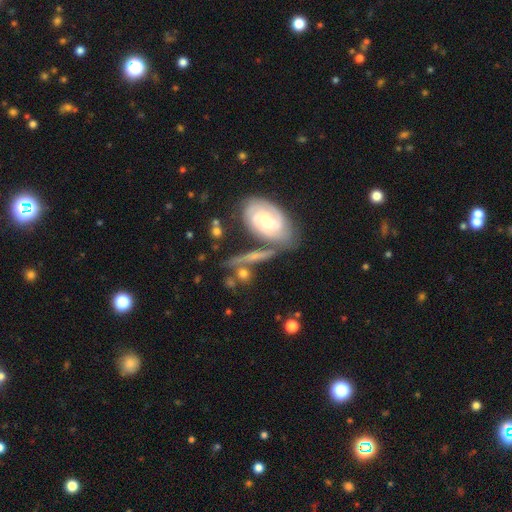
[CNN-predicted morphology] Smooth or featured?
  - featured or disk: 58% *
  - smooth: 34%
  - star or artifact: 8%
Edge-on disk?
  - no: 63% *
  - yes: 37%
Merging?
  - none: 57% *
  - merger: 19%
  - minor disturbance: 16%
  - major disturbance: 7%